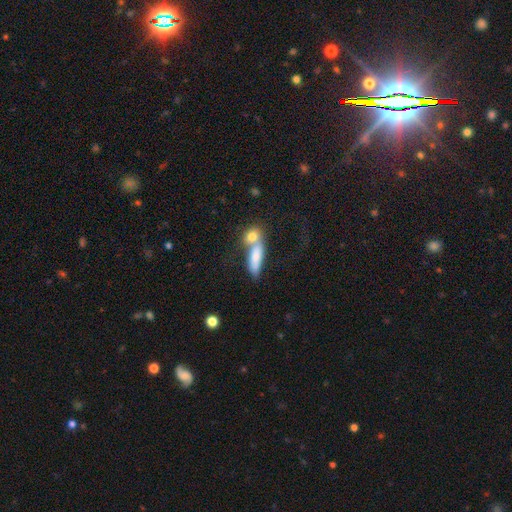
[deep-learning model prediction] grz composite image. It shows a smooth galaxy with no disk features (76%) that is in between round and cigar-shaped (48%). Merging: merger (53%).